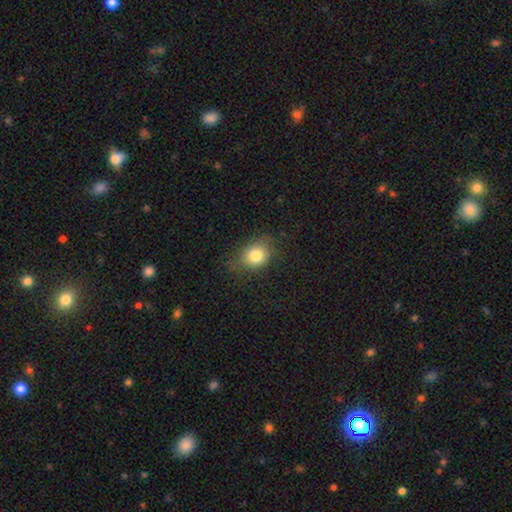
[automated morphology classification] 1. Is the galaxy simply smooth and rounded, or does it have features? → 80% smooth, 11% star or artifact, 9% featured or disk.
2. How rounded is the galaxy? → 54% round, 44% in between, 1% cigar-shaped.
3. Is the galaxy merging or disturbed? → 73% none, 19% minor disturbance, 6% major disturbance, 1% merger.